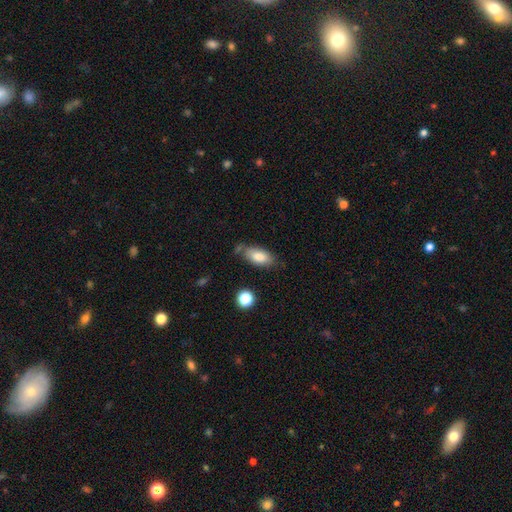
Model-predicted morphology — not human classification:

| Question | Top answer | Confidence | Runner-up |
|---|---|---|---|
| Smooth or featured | smooth | 81% | featured or disk (11%) |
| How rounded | in between | 87% | cigar-shaped (10%) |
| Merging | none | 66% | minor disturbance (21%) |